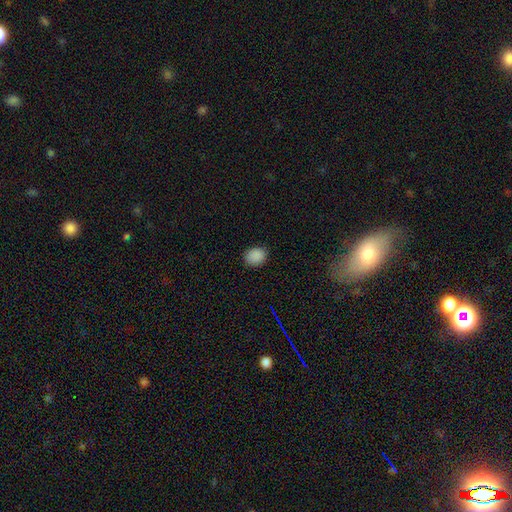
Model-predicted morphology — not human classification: A smooth galaxy with no disk features (88%) that is round (51%). Merging: none (85%).